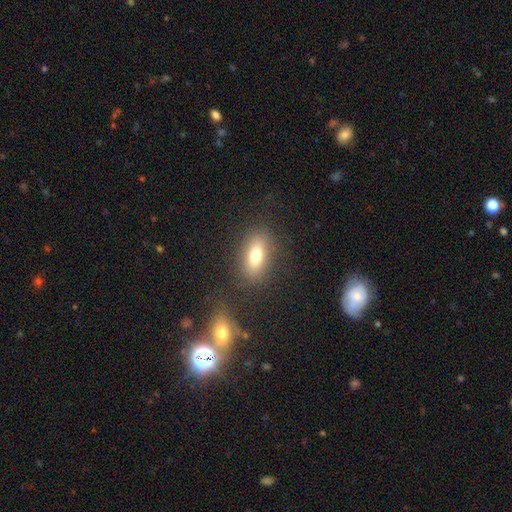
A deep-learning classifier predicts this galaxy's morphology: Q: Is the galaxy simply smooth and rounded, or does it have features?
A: smooth — 74%.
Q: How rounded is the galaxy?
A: in between — 81%.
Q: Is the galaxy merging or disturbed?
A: none — 83%.